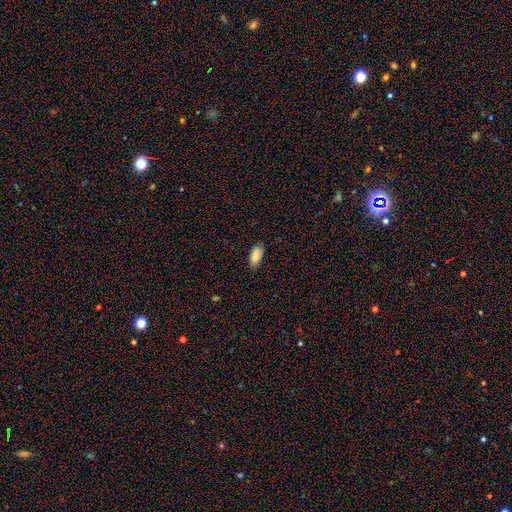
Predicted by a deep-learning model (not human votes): Smooth or featured?
  - smooth: 88% *
  - star or artifact: 7%
  - featured or disk: 6%
How rounded?
  - in between: 89% *
  - cigar-shaped: 9%
  - round: 2%
Merging?
  - none: 83% *
  - minor disturbance: 14%
  - major disturbance: 2%
  - merger: 1%